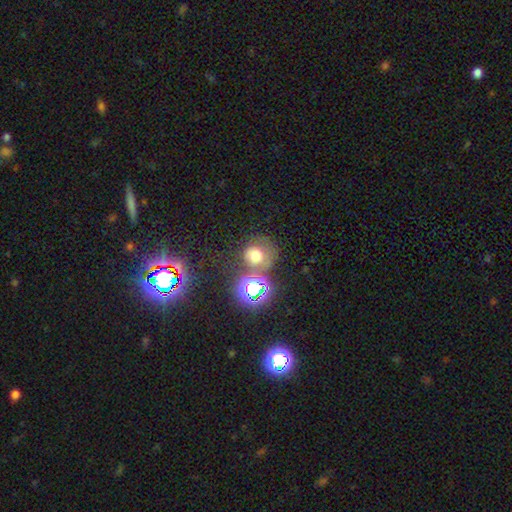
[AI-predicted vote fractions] Q: Smooth or featured?
A: smooth (60%); runner-up: star or artifact (27%)
Q: How rounded?
A: round (83%); runner-up: in between (16%)
Q: Merging?
A: none (55%); runner-up: merger (21%)